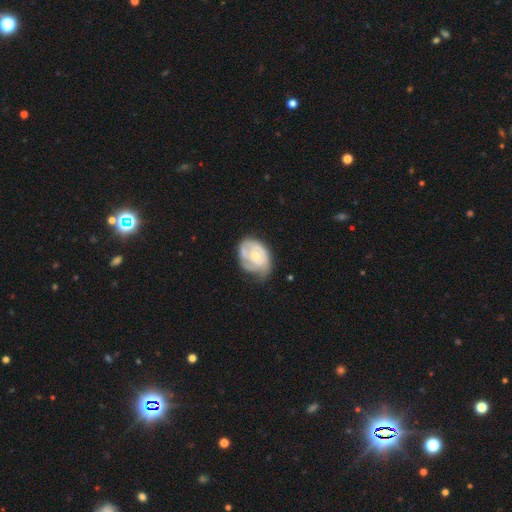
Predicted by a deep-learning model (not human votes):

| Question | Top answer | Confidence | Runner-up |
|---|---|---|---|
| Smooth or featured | featured or disk | 64% | smooth (30%) |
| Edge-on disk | no | 97% | yes (3%) |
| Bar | no | 79% | weak (18%) |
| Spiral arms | yes | 72% | no (28%) |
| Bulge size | moderate | 49% | small (45%) |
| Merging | none | 43% | minor disturbance (37%) |